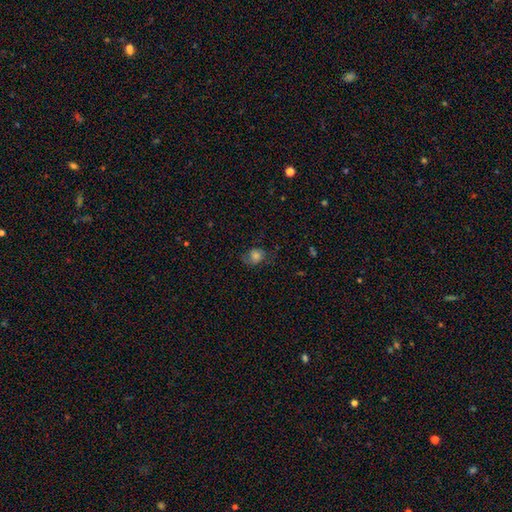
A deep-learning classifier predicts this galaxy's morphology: This is likely a smooth galaxy (69%). How rounded: possibly round (59%). Merging: likely none (60%).